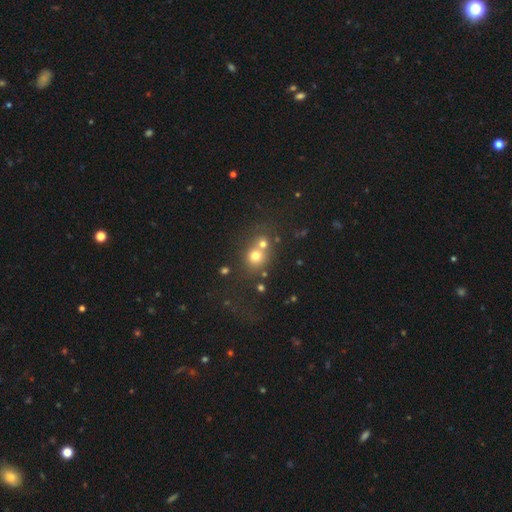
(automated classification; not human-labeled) The model was most divided on "merging": none: 45%, merger: 43%, minor disturbance: 8%, major disturbance: 4%. More confident: how rounded — round (80%); smooth or featured — smooth (69%).